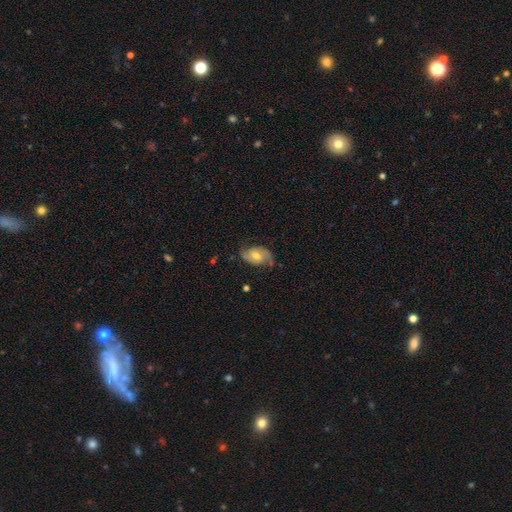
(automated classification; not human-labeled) Overall: featured or disk (83%). Edge-on disk: no (97%). Bar: weak (47%; no 39%). Spiral arms: yes (96%). Spiral arm count: 2 (91%). Spiral winding: medium (50%; tight 28%). Bulge size: moderate (67%). Merging: none (77%).